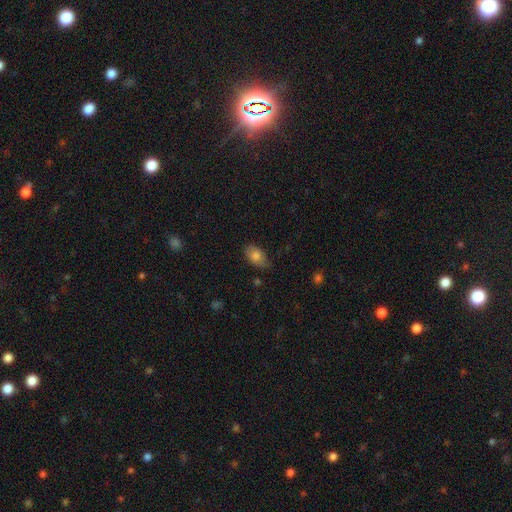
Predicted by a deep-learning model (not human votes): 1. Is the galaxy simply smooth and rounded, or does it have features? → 80% smooth, 12% featured or disk, 8% star or artifact.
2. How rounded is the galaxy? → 90% in between, 8% round, 2% cigar-shaped.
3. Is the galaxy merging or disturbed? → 76% none, 19% minor disturbance, 3% major disturbance, 1% merger.